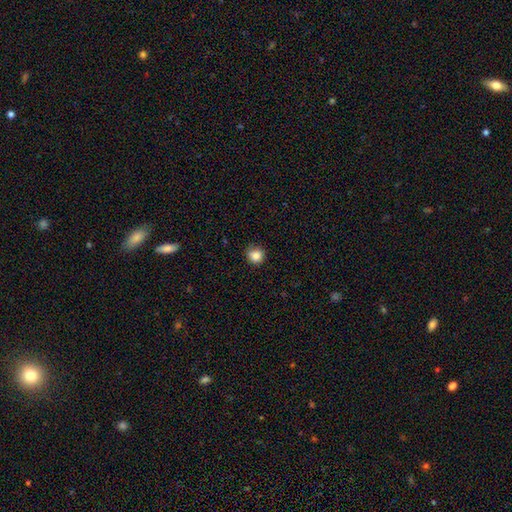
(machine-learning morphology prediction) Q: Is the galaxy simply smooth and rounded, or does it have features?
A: smooth — 86%.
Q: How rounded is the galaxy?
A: round — 88%.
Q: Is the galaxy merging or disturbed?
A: none — 75%.